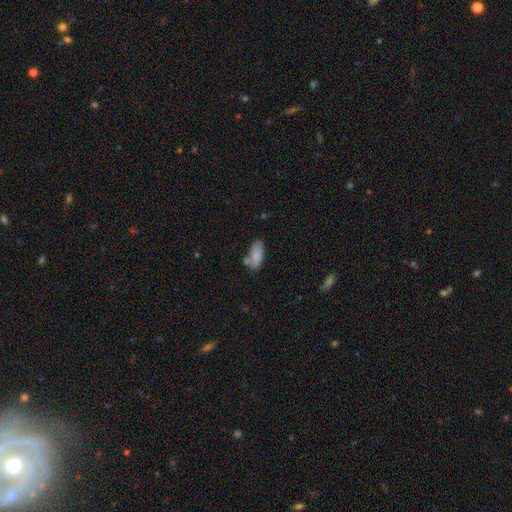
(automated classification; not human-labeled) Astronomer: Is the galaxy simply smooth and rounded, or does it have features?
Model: smooth — 83%.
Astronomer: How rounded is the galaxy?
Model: in between — 88%.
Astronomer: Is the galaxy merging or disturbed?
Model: none — 65%.